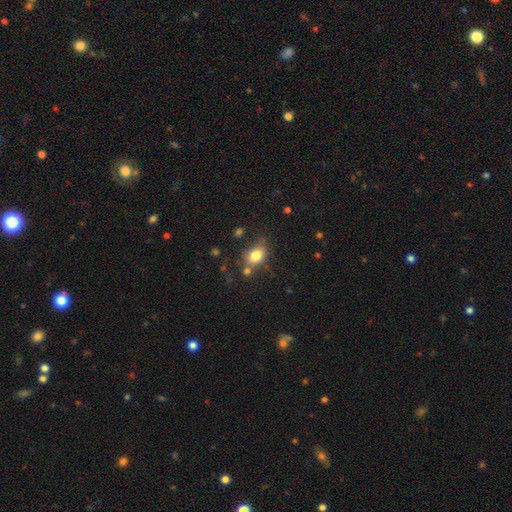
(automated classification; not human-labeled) This is likely a smooth galaxy (80%). How rounded: possibly in between (59%). Merging: possibly none (57%).